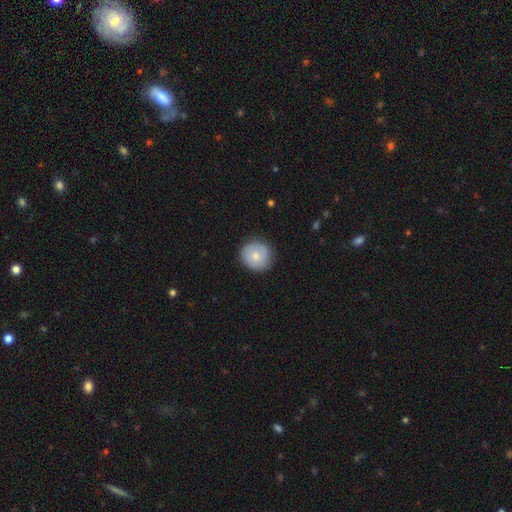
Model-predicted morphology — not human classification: This is likely a smooth galaxy (68%). How rounded: clearly round (90%). Merging: clearly none (85%).